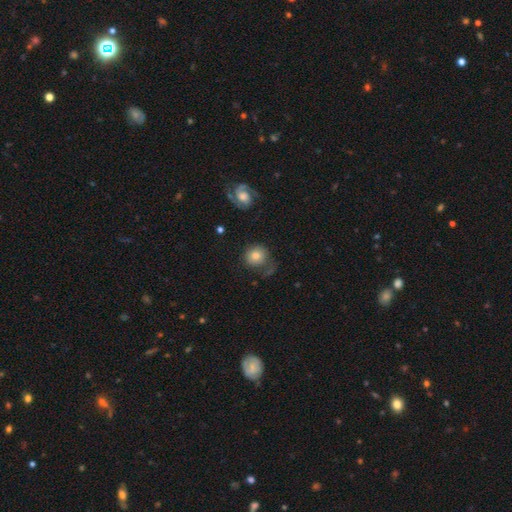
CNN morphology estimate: type=smooth (77%); roundness=round (79%); merging=none (56%).